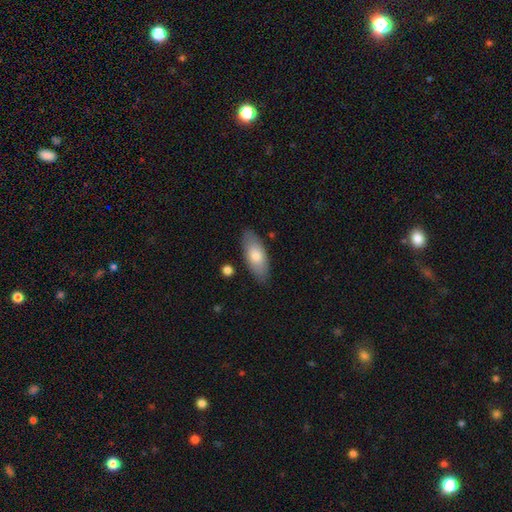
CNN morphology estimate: type=smooth (74%); roundness=in between (84%); merging=none (83%).